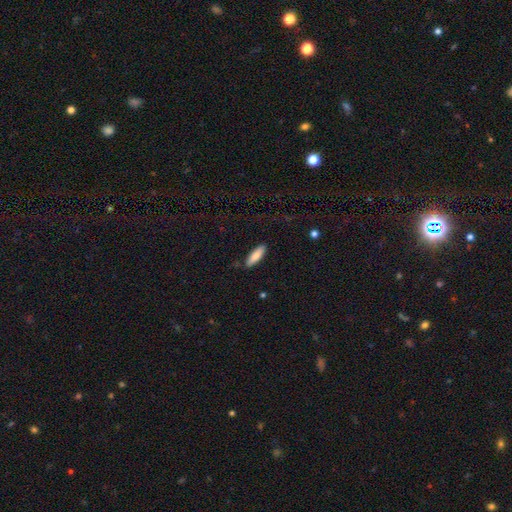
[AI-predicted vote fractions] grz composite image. It shows a smooth galaxy with no disk features (83%) that is cigar-shaped (56%). Merging: none (86%).